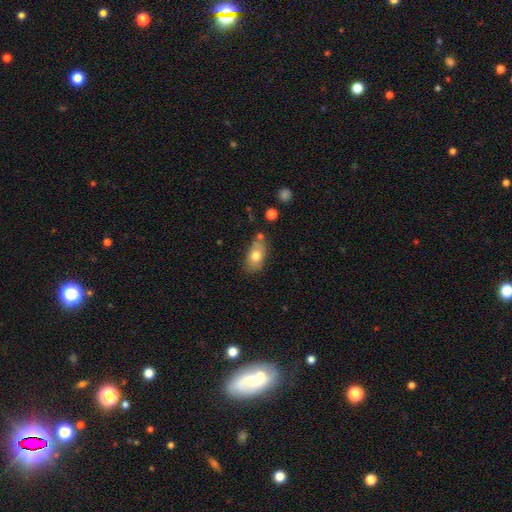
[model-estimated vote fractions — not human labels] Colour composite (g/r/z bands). It shows a smooth galaxy with no disk features (75%) that is in between round and cigar-shaped (85%). Merging: none (67%).